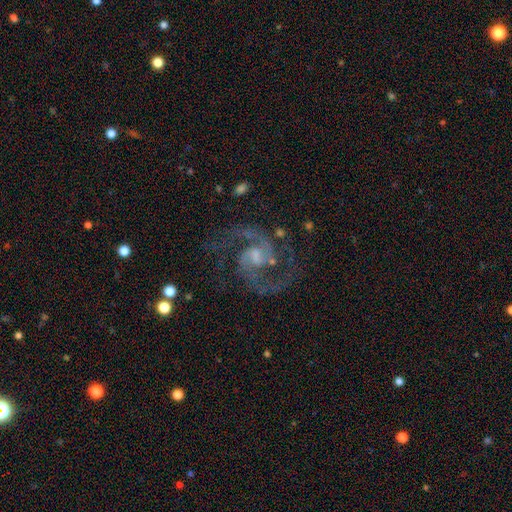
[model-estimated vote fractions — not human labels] Smooth or featured?
  - featured or disk: 92% *
  - star or artifact: 5%
  - smooth: 3%
Edge-on disk?
  - no: 98% *
  - yes: 2%
Bar?
  - weak: 52% *
  - no: 37%
  - strong: 11%
Spiral arms?
  - yes: 98% *
  - no: 2%
Spiral winding?
  - medium: 67% *
  - tight: 17%
  - loose: 17%
Spiral arm count?
  - 2: 93% *
  - 3: 2%
  - can't tell: 2%
  - 1: 1%
  - 4: 1%
  - more than 4: 1%
Bulge size?
  - small: 45% *
  - moderate: 32%
  - none: 19%
  - large: 4%
  - dominant: 1%
Merging?
  - none: 76% *
  - minor disturbance: 14%
  - major disturbance: 8%
  - merger: 2%